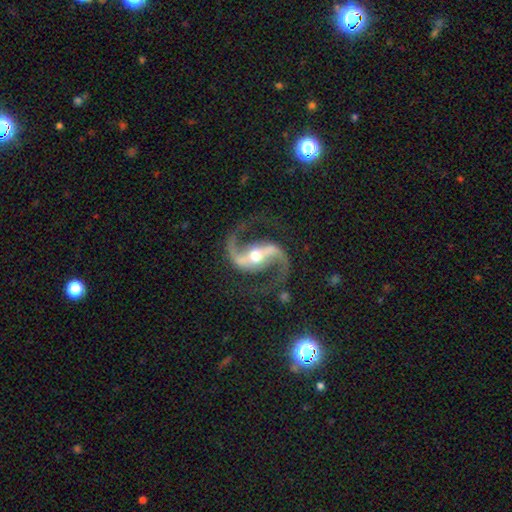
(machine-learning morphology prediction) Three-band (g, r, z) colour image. It shows a featured or disk galaxy (94%) with a strong bar (61%), 2 (95%) medium (52%) spiral arms (98%) and a moderate central bulge (69%). Merging: none (81%).